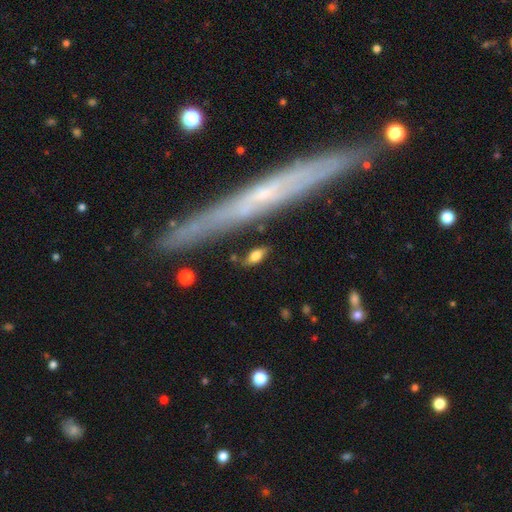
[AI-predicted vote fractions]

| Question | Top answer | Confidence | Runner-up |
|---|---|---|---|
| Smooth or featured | smooth | 72% | featured or disk (20%) |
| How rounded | in between | 81% | cigar-shaped (13%) |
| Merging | none | 76% | minor disturbance (15%) |